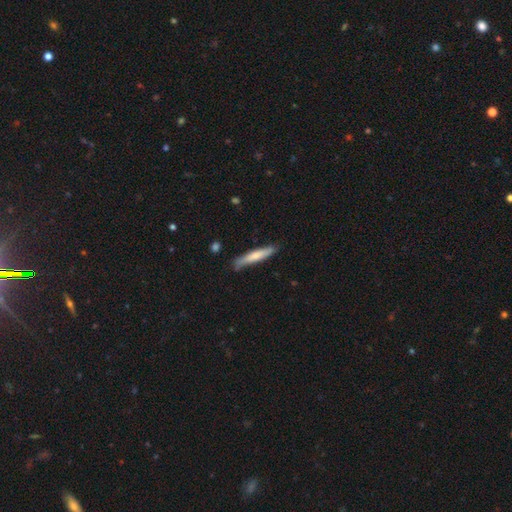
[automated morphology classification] smooth_or_featured: smooth (p=0.65) [alt: featured or disk p=0.30]
how_rounded: cigar-shaped (p=0.91) [alt: in between p=0.08]
merging: none (p=0.76) [alt: minor disturbance p=0.19]